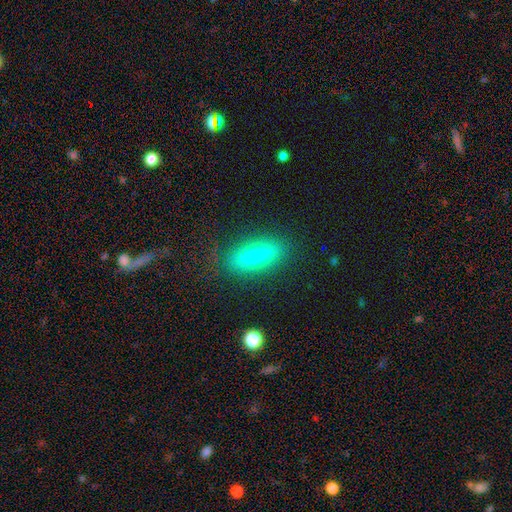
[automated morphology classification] A smooth galaxy with no disk features (72%) that is in between round and cigar-shaped (73%).

Vote fractions:
- Smooth or featured? smooth: 72% / featured or disk: 19% / star or artifact: 9%
- How rounded? in between: 73% / cigar-shaped: 22% / round: 5%
- Merging? none: 85% / minor disturbance: 10% / major disturbance: 4% / merger: 1%